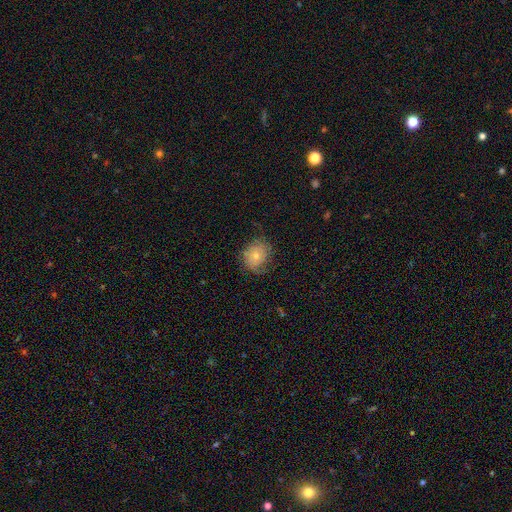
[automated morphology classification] smooth 61%, featured or disk 31%, star or artifact 9%. Down the decision tree: how rounded — round (66%); merging — none (59%).